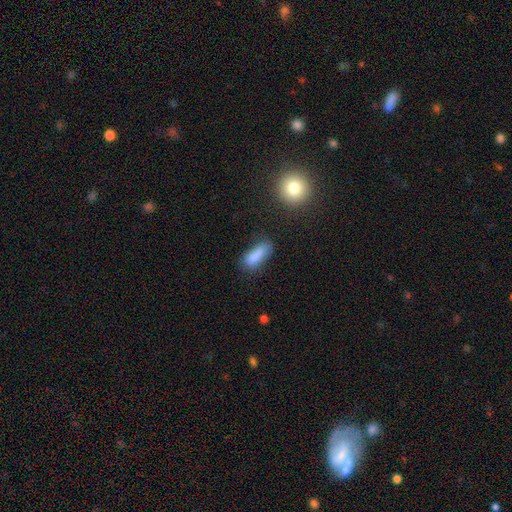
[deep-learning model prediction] smooth-or-featured: smooth: 82% | star or artifact: 10% | featured or disk: 8%
  how-rounded: in between: 68% | cigar-shaped: 30% | round: 3%
  merging: none: 59% | minor disturbance: 27% | major disturbance: 9% | merger: 5%